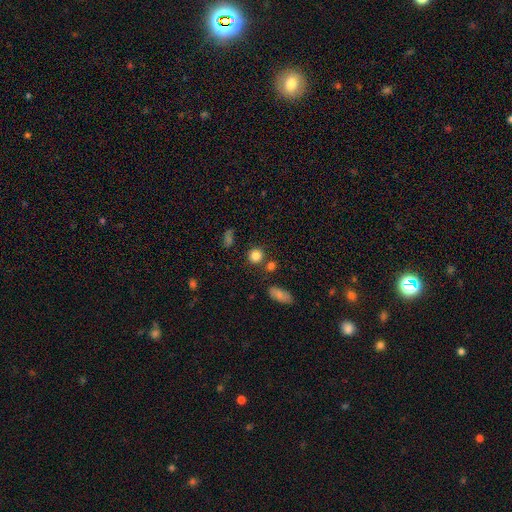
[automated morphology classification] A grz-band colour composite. It shows a smooth galaxy with no disk features (82%) that is round (87%). Merging: none (77%).